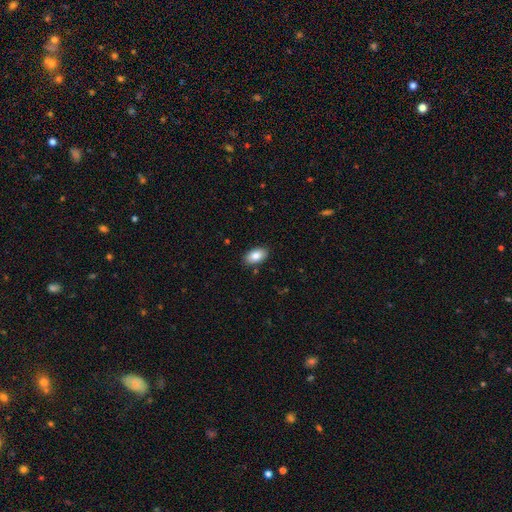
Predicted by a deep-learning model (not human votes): Smooth or featured: smooth — 84% (featured or disk — 9%)
How rounded: in between — 93% (round — 5%)
Merging: none — 88% (minor disturbance — 9%)